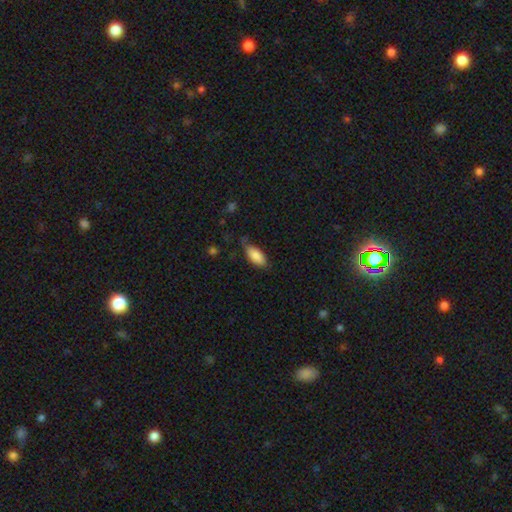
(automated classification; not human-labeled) smooth 84%, featured or disk 9%, star or artifact 6%. Down the decision tree: how rounded — in between (87%); merging — none (64%).